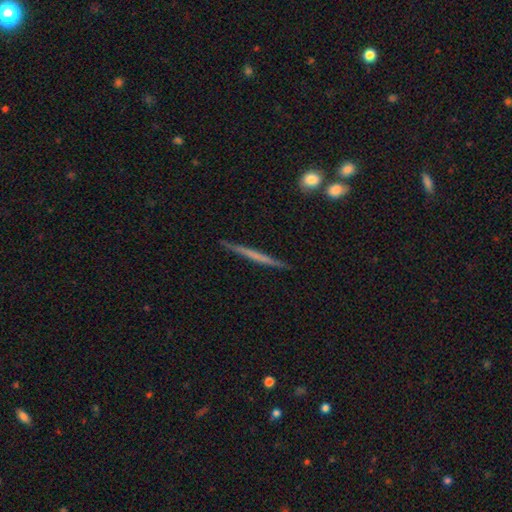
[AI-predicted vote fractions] Smooth or featured?
  - featured or disk: 52% *
  - smooth: 42%
  - star or artifact: 6%
Edge-on disk?
  - yes: 97% *
  - no: 3%
Edge-on bulge?
  - none: 86% *
  - rounded: 9%
  - boxy: 5%
Merging?
  - none: 90% *
  - minor disturbance: 6%
  - merger: 2%
  - major disturbance: 2%